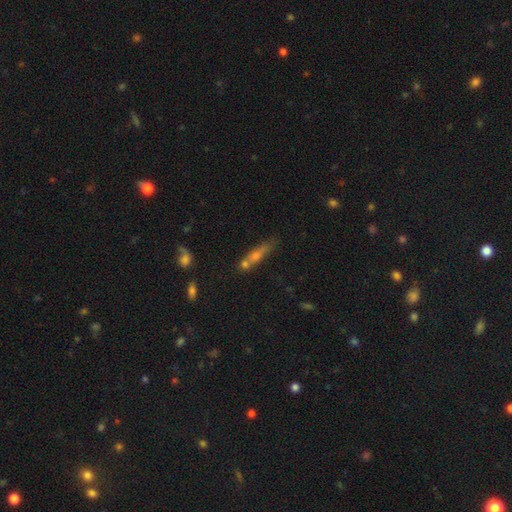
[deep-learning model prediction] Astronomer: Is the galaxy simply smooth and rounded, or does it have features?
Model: smooth — 49% (runner-up: featured or disk, 39%).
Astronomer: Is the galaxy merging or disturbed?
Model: none — 50% (runner-up: merger, 27%).